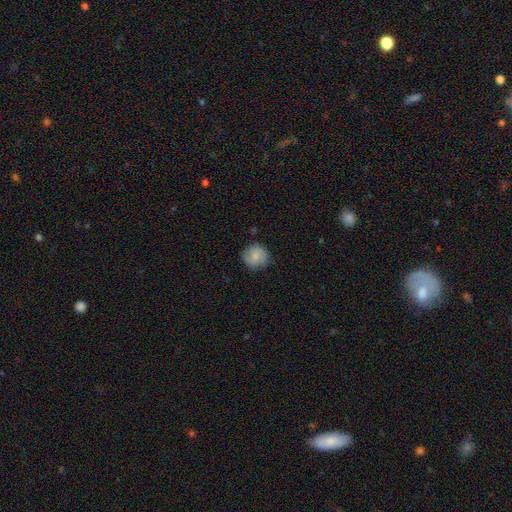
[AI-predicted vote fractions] Morphology: type=smooth (69%); roundness=round (88%); merging=none (78%).